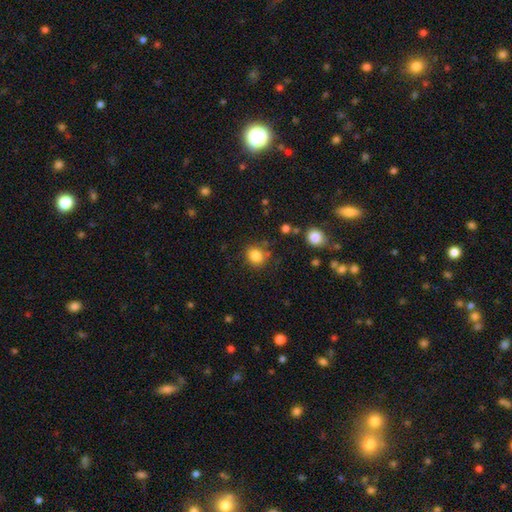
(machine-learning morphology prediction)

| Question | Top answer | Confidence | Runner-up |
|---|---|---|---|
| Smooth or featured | smooth | 84% | star or artifact (11%) |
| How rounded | round | 78% | in between (21%) |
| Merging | none | 79% | minor disturbance (12%) |